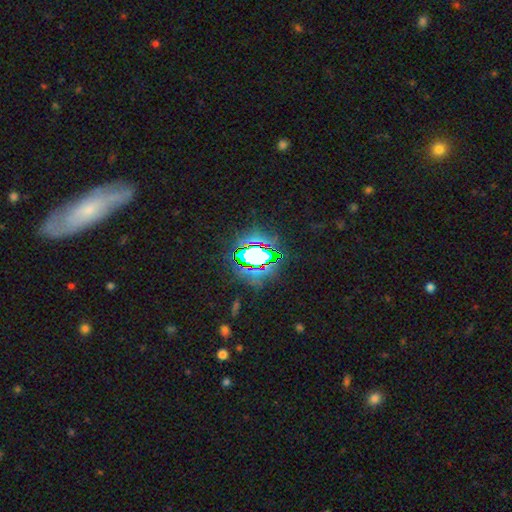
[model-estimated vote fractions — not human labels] smooth_or_featured: star or artifact (p=0.71) [alt: smooth p=0.17]